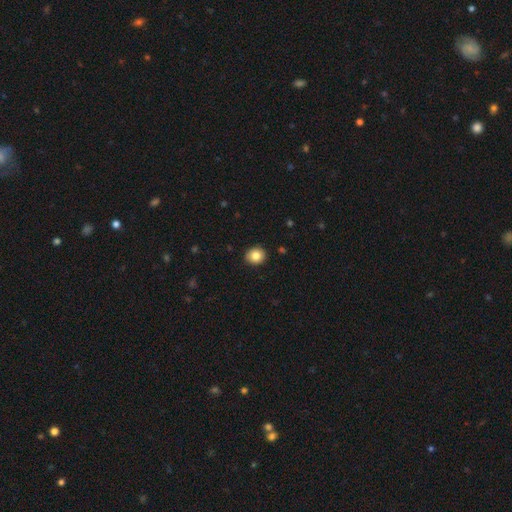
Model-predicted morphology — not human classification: This appears to be a smooth galaxy with no disk features (84%) that is round (80%). Merging: none (91%).